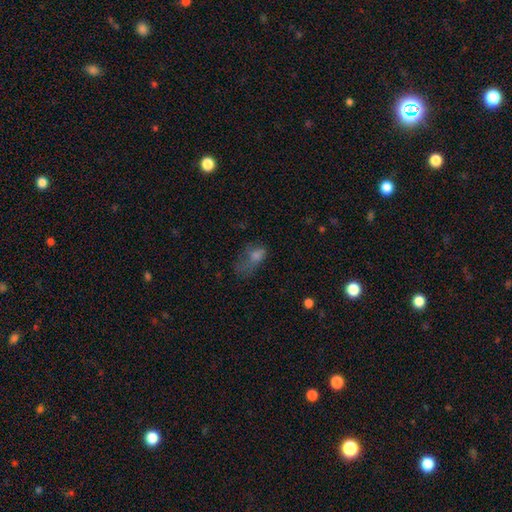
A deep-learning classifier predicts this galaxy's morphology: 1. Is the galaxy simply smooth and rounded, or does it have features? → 55% smooth, 24% featured or disk, 21% star or artifact.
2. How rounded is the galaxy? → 75% in between, 19% round, 6% cigar-shaped.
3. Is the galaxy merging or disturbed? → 43% major disturbance, 29% none, 23% minor disturbance, 5% merger.